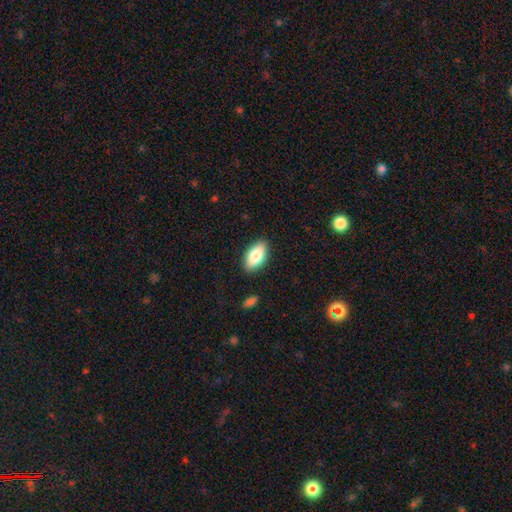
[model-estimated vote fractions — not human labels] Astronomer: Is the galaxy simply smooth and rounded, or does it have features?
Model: smooth — 78%.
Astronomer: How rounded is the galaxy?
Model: in between — 89%.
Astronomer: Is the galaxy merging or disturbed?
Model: none — 86%.